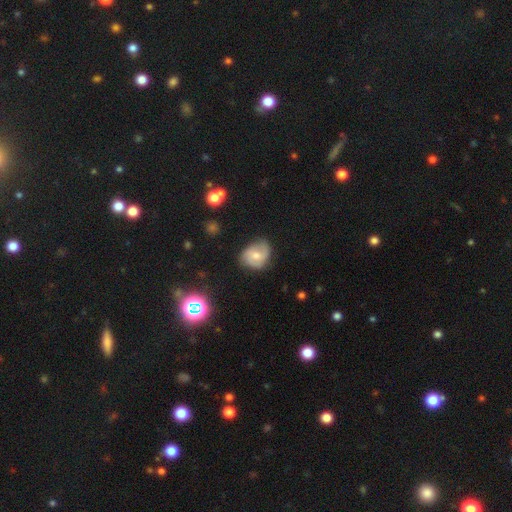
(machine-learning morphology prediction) Overall: featured or disk (46%; smooth 45%). Merging: none (62%; minor disturbance 29%).